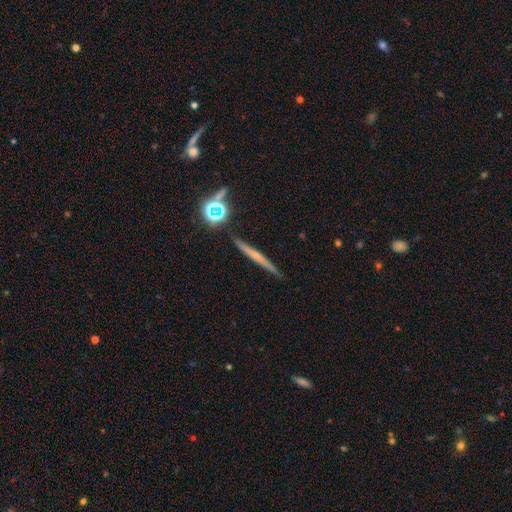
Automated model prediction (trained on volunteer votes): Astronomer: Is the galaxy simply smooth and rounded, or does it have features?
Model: featured or disk — 49% (runner-up: smooth, 38%).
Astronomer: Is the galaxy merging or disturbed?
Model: none — 88%.